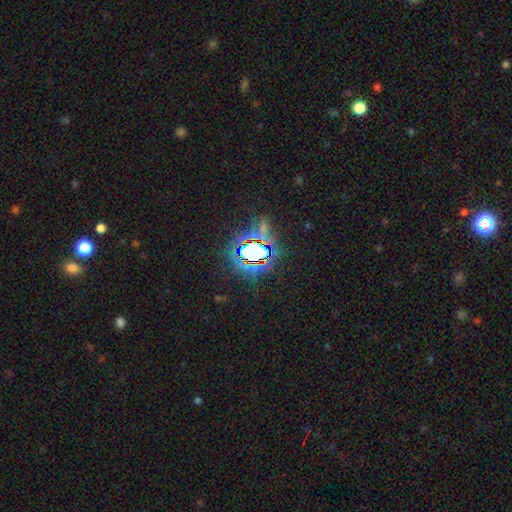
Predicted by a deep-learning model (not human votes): Smooth or featured: star or artifact — 81% (smooth — 10%)